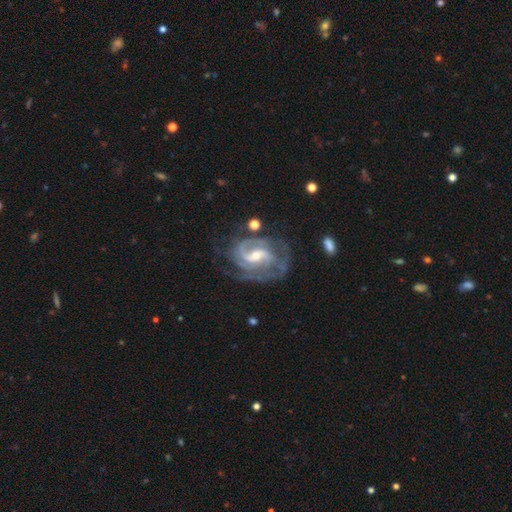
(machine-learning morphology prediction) smooth-or-featured: featured or disk: 91% | star or artifact: 5% | smooth: 4%
  disk-edge-on: no: 98% | yes: 2%
    bar: weak: 49% | strong: 29% | no: 22%
    has-spiral-arms: yes: 98% | no: 2%
      spiral-winding: tight: 46% | medium: 44% | loose: 10%
      spiral-arm-count: 2: 48% | 3: 24% | can't tell: 14% | 4: 6% | 1: 4% | more than 4: 4%
    bulge-size: small: 56% | moderate: 40% | large: 2% | none: 1% | dominant: 1%
  merging: none: 64% | minor disturbance: 21% | major disturbance: 13% | merger: 3%